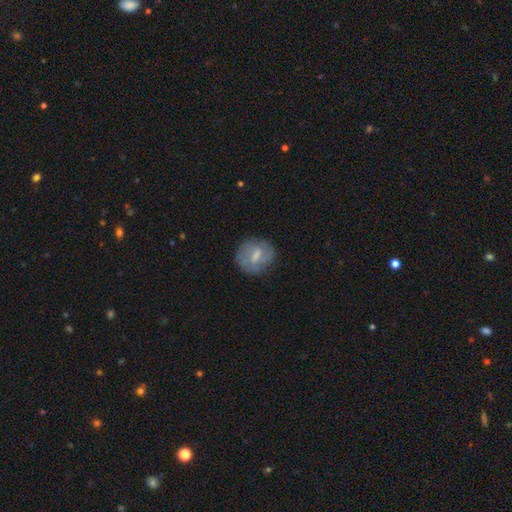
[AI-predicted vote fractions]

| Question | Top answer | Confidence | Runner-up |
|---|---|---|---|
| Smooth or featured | featured or disk | 50% | smooth (43%) |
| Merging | none | 74% | minor disturbance (18%) |